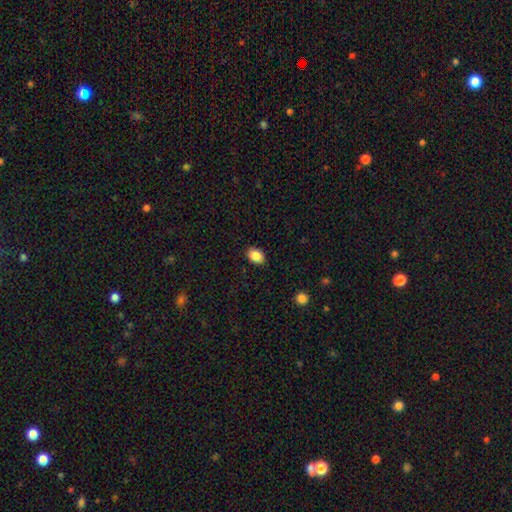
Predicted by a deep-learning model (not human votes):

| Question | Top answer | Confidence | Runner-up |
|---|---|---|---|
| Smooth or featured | smooth | 87% | star or artifact (8%) |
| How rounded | in between | 72% | round (27%) |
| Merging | none | 88% | minor disturbance (9%) |